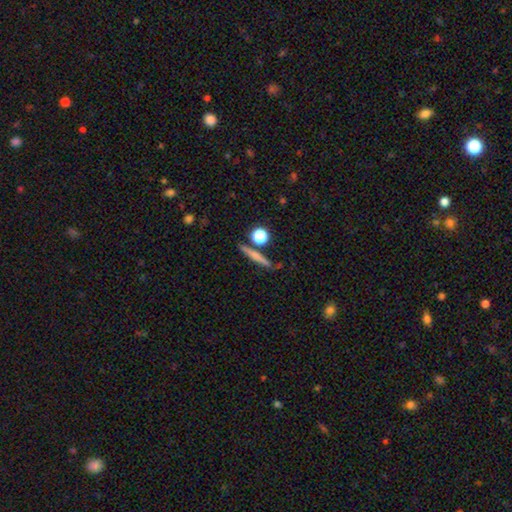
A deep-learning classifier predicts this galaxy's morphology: Smooth or featured? Predicted: smooth (p=0.52). How rounded? Predicted: cigar-shaped (p=0.79). Merging? Predicted: none (p=0.80).